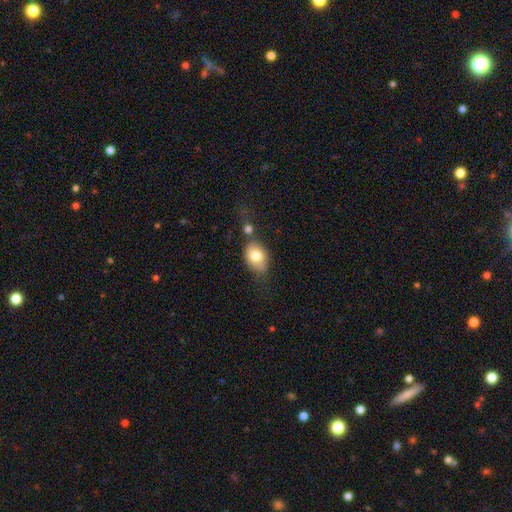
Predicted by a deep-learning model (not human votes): smooth_or_featured: smooth (p=0.76) [alt: featured or disk p=0.16]
how_rounded: in between (p=0.74) [alt: round p=0.24]
merging: none (p=0.51) [alt: minor disturbance p=0.20]